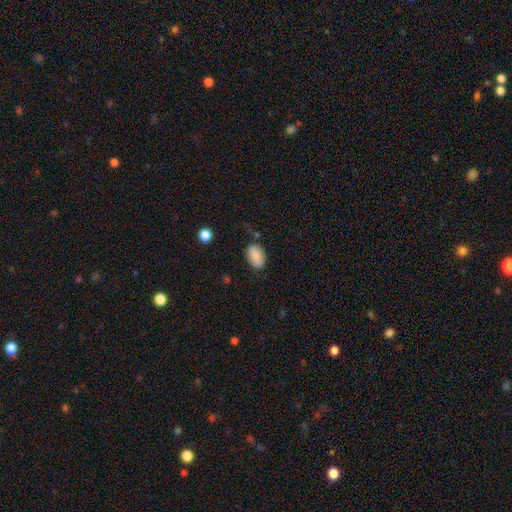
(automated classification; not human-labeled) A smooth galaxy with no disk features (81%) that is in between round and cigar-shaped (88%).

Vote fractions:
- Smooth or featured? smooth: 81% / featured or disk: 12% / star or artifact: 7%
- How rounded? in between: 88% / round: 11% / cigar-shaped: 1%
- Merging? none: 78% / minor disturbance: 16% / major disturbance: 3% / merger: 3%